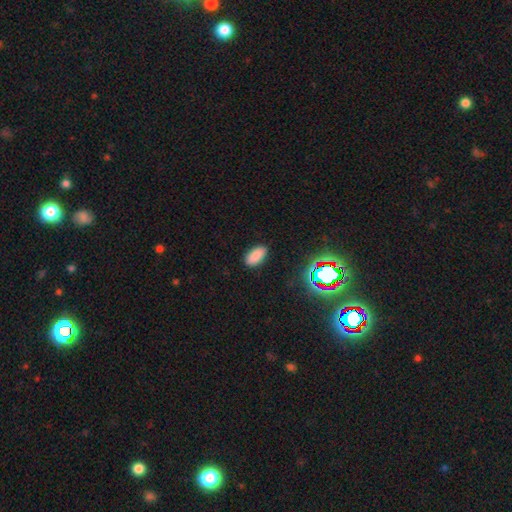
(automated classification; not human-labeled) Morphology: type=smooth (84%); roundness=in between (93%); merging=none (87%).